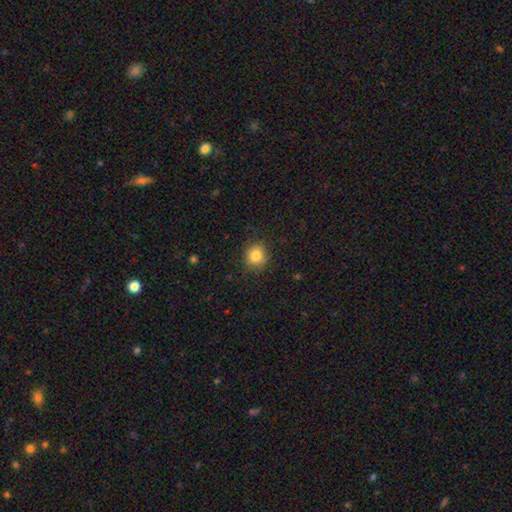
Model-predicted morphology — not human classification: Smooth or featured? Predicted: smooth (p=0.83). How rounded? Predicted: round (p=0.84). Merging? Predicted: none (p=0.87).